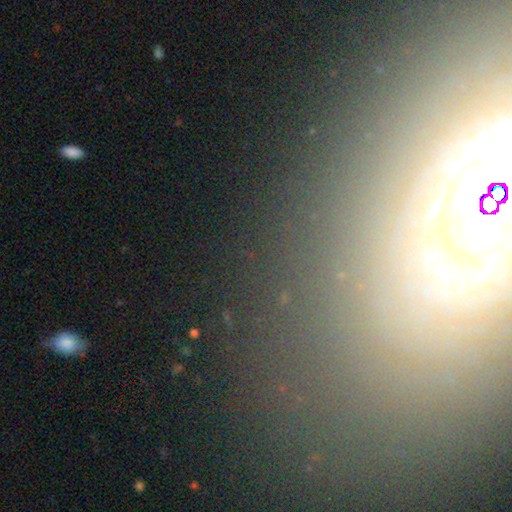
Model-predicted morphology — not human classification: A featured or disk galaxy (42%).

Vote fractions:
- Smooth or featured? featured or disk: 42% / star or artifact: 37% / smooth: 21%
- Merging? none: 81% / minor disturbance: 10% / major disturbance: 5% / merger: 4%